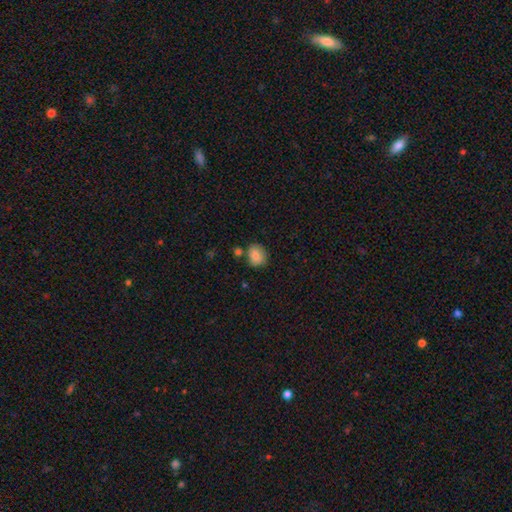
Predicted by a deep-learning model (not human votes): The model was most divided on "how rounded": round: 62%, in between: 37%, cigar-shaped: 1%. More confident: smooth or featured — smooth (84%); merging — none (69%).